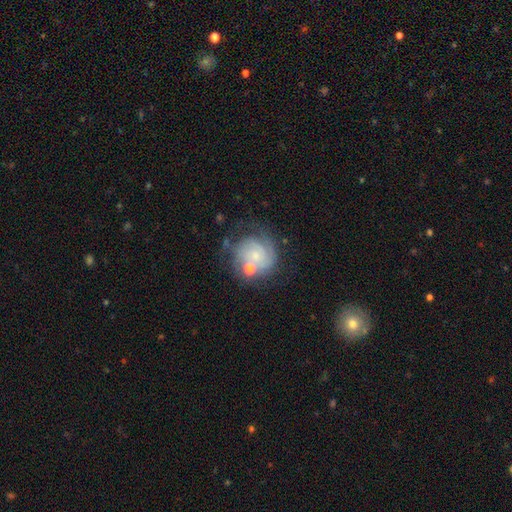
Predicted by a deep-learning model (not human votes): A featured or disk galaxy (64%) with no bar (75%), tight (59%) spiral arms (83%) and a small central bulge (59%). Merging: none (53%).